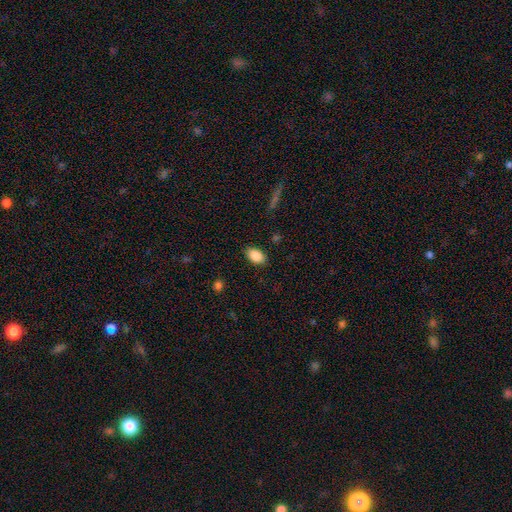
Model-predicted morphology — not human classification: Smooth or featured: smooth — 88% (star or artifact — 7%)
How rounded: in between — 89% (round — 9%)
Merging: none — 86% (minor disturbance — 11%)